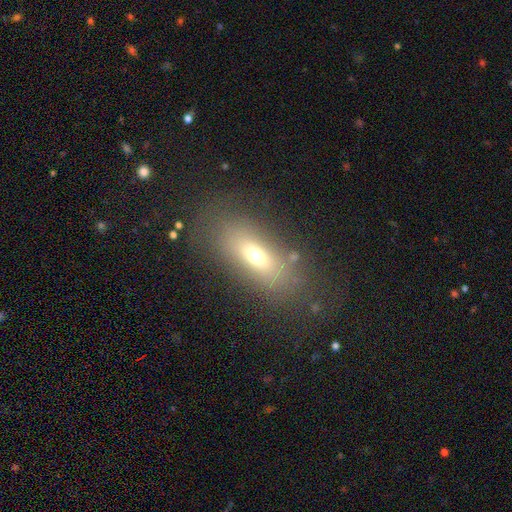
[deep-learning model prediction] Overall: smooth (64%). How rounded: in between (76%). Merging: none (75%).